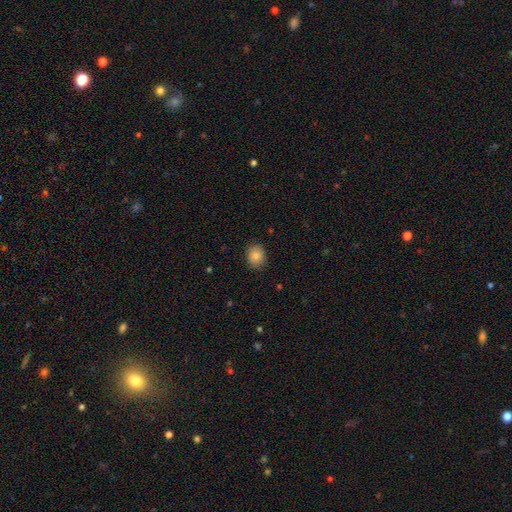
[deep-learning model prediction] This is clearly a smooth galaxy (84%). How rounded: possibly round (56%). Merging: clearly none (87%).